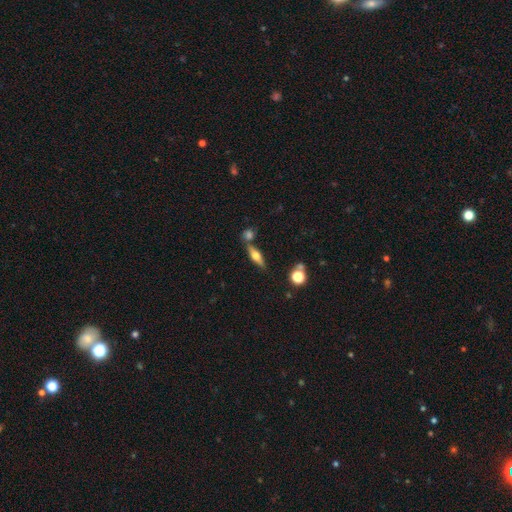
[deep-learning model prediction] Smooth or featured? featured or disk (49%)
Merging? none (68%)